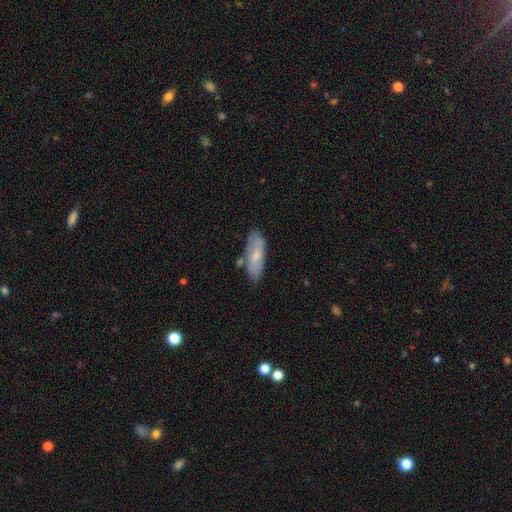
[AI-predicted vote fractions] A smooth galaxy with no disk features (62%) that is in between round and cigar-shaped (62%). Merging: none (70%).